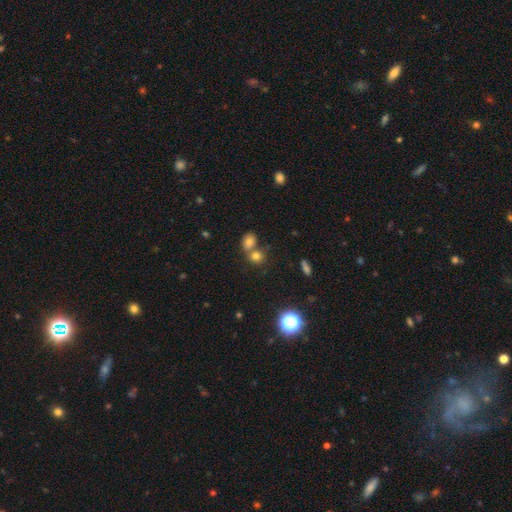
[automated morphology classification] Q: Smooth or featured?
A: smooth (74%); runner-up: star or artifact (17%)
Q: How rounded?
A: round (69%); runner-up: in between (29%)
Q: Merging?
A: none (47%); runner-up: merger (43%)